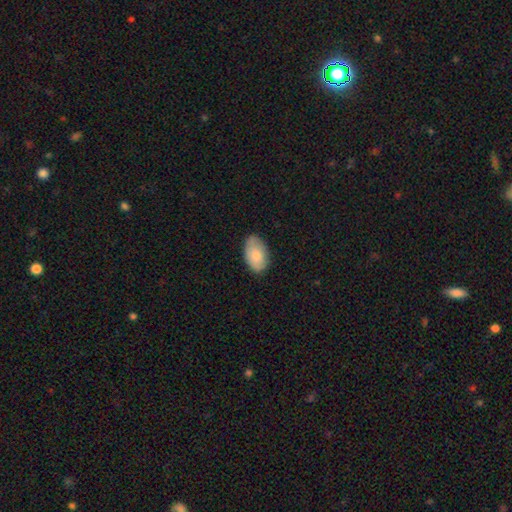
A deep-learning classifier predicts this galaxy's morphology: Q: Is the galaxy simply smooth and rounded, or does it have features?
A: smooth — 79%.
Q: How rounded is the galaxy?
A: in between — 93%.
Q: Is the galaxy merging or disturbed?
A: none — 78%.